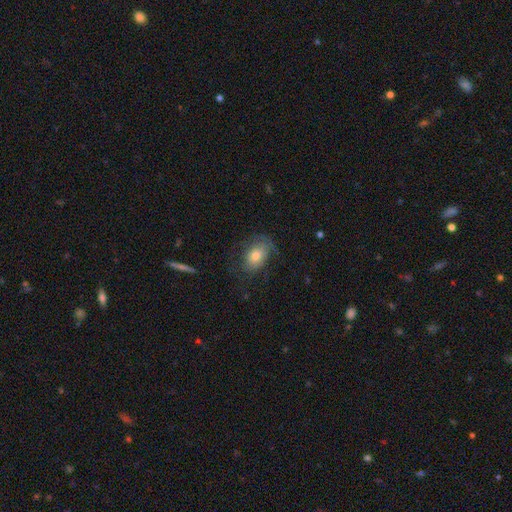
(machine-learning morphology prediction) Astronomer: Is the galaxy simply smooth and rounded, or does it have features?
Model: smooth — 62%.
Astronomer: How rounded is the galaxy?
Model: in between — 77%.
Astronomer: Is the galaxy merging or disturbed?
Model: none — 58%.